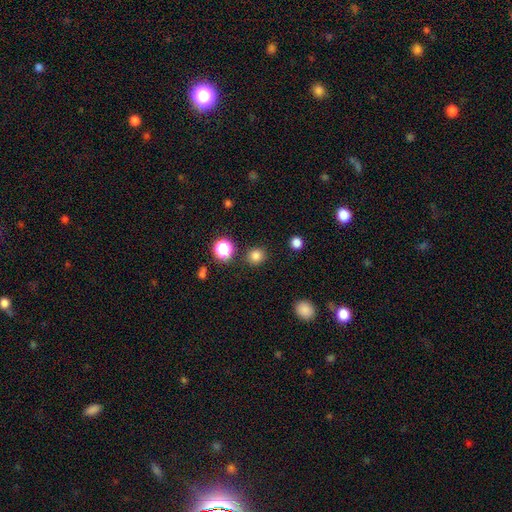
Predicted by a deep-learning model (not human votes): A smooth galaxy with no disk features (81%) that is round (87%). Merging: none (88%).